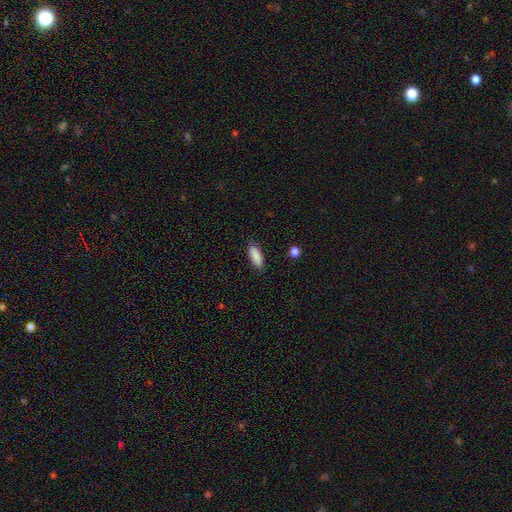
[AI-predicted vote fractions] smooth 89%, star or artifact 7%, featured or disk 5%. Down the decision tree: how rounded — in between (75%); merging — none (85%).